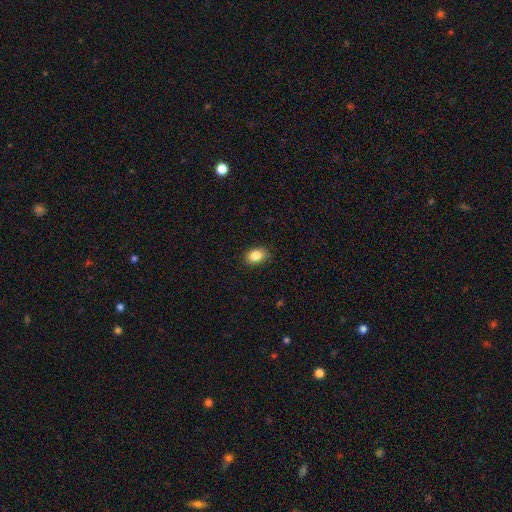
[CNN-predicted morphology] smooth 85%, star or artifact 9%, featured or disk 6%. Down the decision tree: how rounded — in between (78%); merging — none (84%).